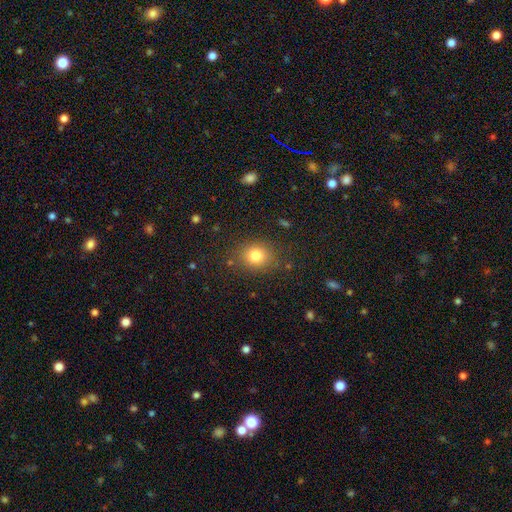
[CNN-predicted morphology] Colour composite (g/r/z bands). It shows a smooth galaxy with no disk features (81%) that is round (65%). Merging: none (82%).